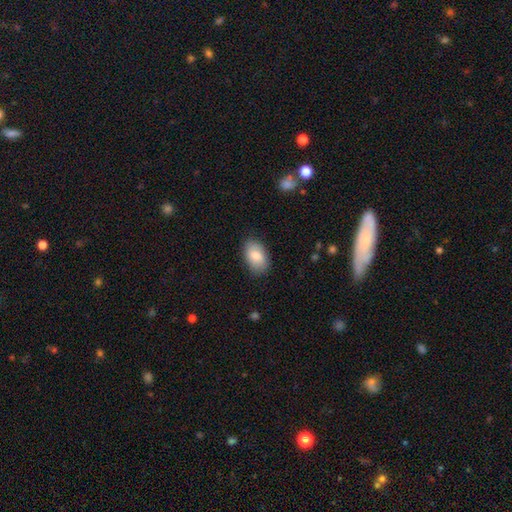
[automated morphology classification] smooth_or_featured: smooth (p=0.82) [alt: featured or disk p=0.12]
how_rounded: in between (p=0.91) [alt: round p=0.08]
merging: none (p=0.85) [alt: minor disturbance p=0.12]